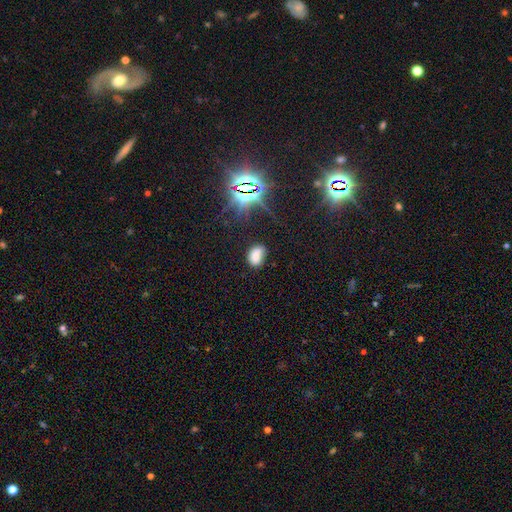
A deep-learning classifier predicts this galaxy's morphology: This is likely a smooth galaxy (72%). How rounded: likely in between (79%). Merging: possibly none (60%).